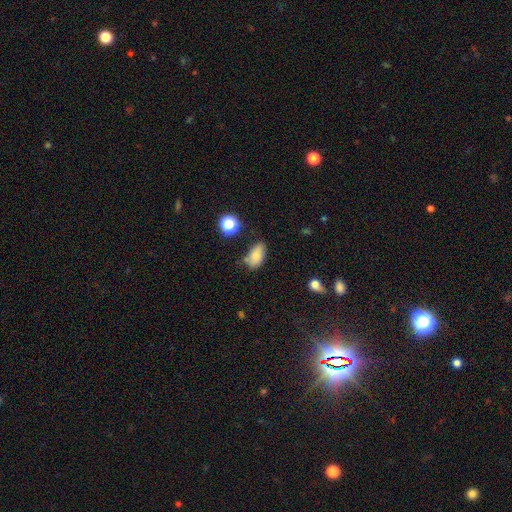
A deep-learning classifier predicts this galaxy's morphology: Smooth or featured? Predicted: smooth (p=0.75). How rounded? Predicted: in between (p=0.89). Merging? Predicted: none (p=0.58).